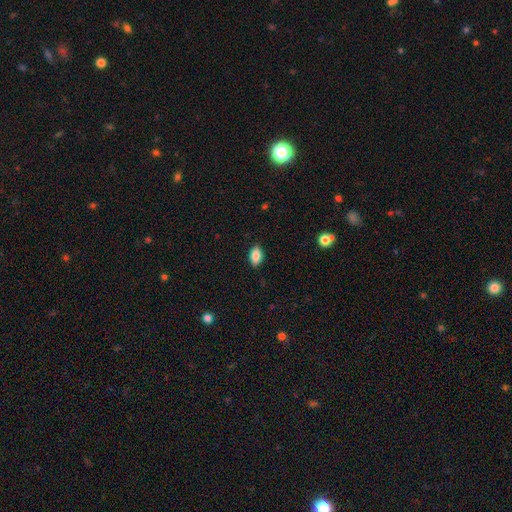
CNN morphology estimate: Smooth or featured? smooth (85%)
How rounded? in between (90%)
Merging? none (87%)